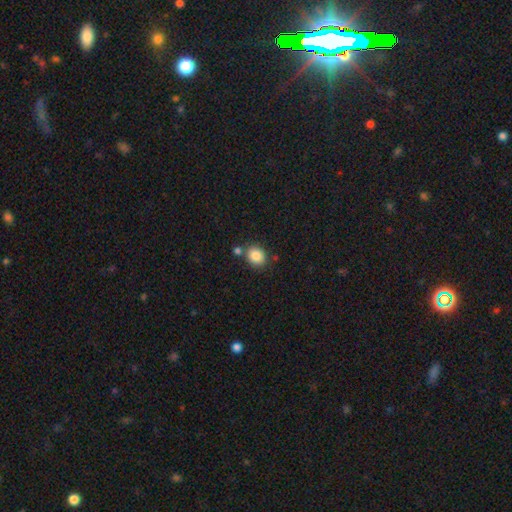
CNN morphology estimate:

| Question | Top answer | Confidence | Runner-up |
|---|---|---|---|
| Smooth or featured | smooth | 86% | star or artifact (9%) |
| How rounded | round | 62% | in between (37%) |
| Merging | none | 73% | merger (13%) |